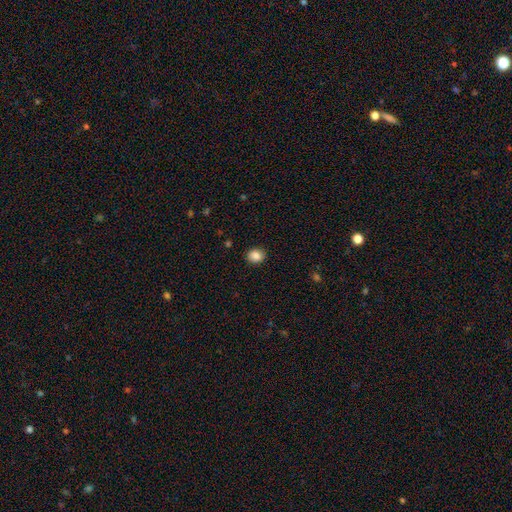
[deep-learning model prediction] Smooth or featured: smooth — 86% (star or artifact — 9%)
How rounded: round — 66% (in between — 33%)
Merging: none — 89% (minor disturbance — 8%)